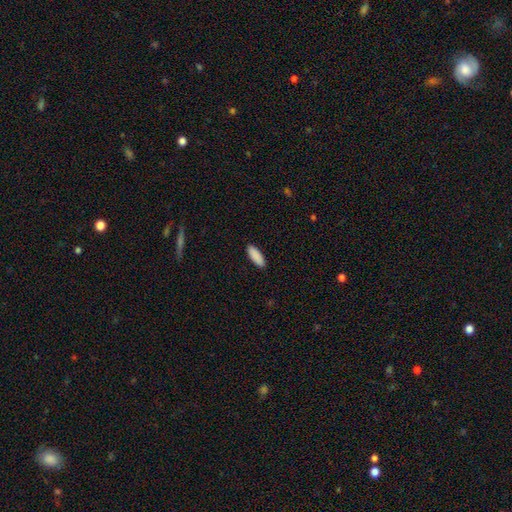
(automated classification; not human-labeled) smooth 90%, star or artifact 6%, featured or disk 4%. Down the decision tree: how rounded — in between (65%); merging — none (91%).